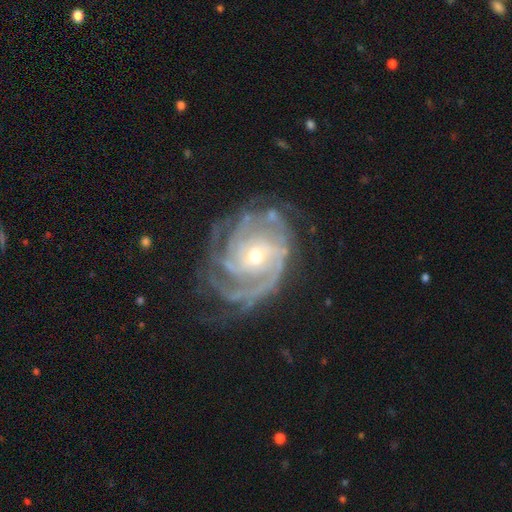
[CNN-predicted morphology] type=featured or disk (92%); edge-on=no (97%); bar=no (61%); spiral arms=yes (98%); winding=tight (69%); arm count=3 (25%); bulge=moderate (53%); merging=none (67%).